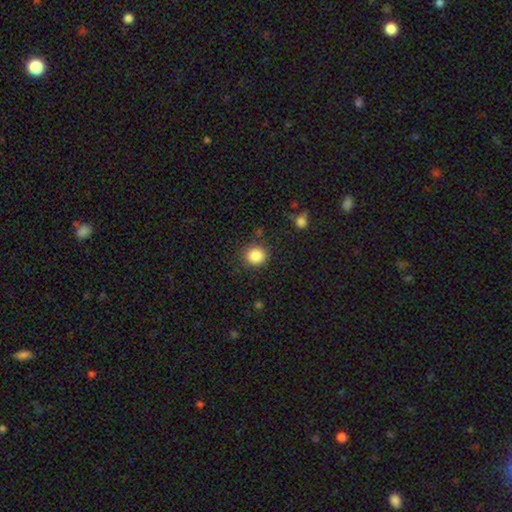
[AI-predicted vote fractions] This is clearly a smooth galaxy (86%). How rounded: clearly round (87%). Merging: clearly none (86%).